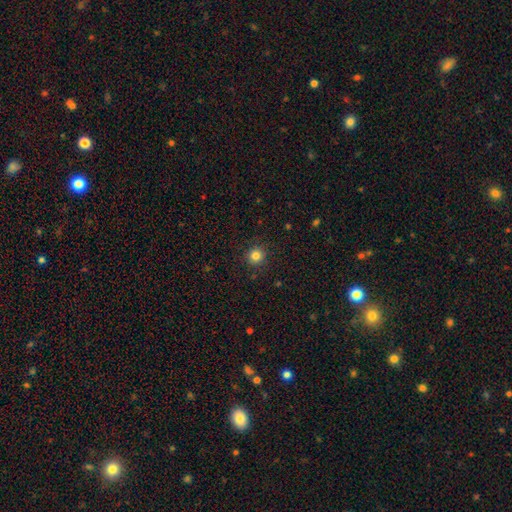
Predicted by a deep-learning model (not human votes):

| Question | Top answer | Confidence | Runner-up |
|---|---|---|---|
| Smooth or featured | smooth | 83% | star or artifact (13%) |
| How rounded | round | 94% | in between (5%) |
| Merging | none | 91% | minor disturbance (6%) |